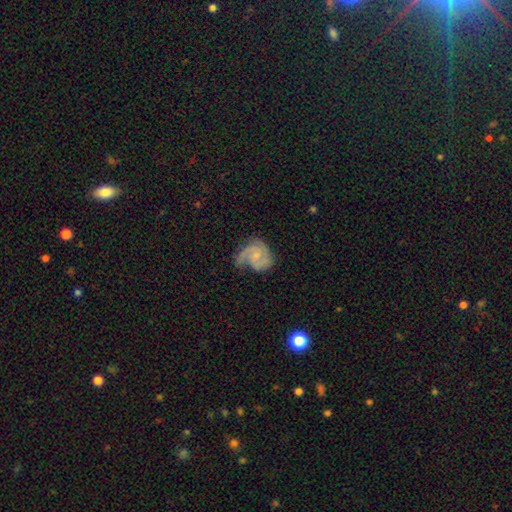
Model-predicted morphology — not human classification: This appears to be a featured or disk galaxy (83%) with no bar (64%), 2 (58%) medium (48%) spiral arms (96%) and a small central bulge (65%). Merging: none (55%).